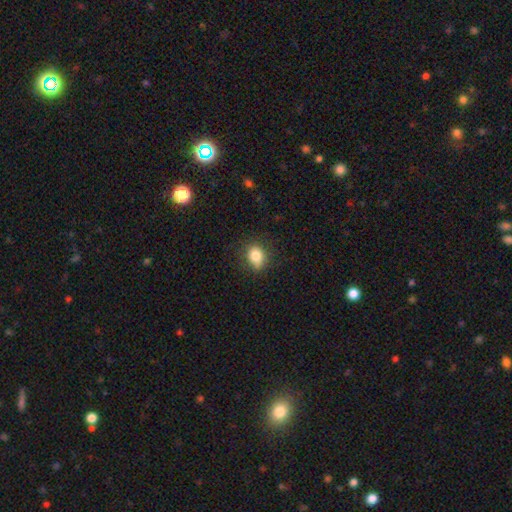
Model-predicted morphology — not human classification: A smooth galaxy with no disk features (81%) that is round (51%). Merging: none (76%).